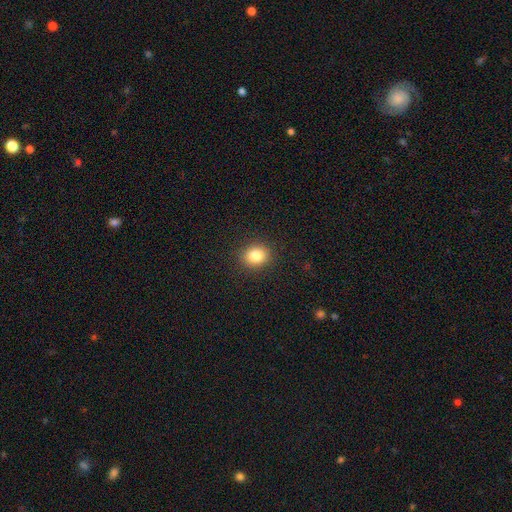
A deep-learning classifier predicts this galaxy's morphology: Smooth or featured?
  - smooth: 83% *
  - star or artifact: 11%
  - featured or disk: 6%
How rounded?
  - round: 67% *
  - in between: 33%
  - cigar-shaped: 1%
Merging?
  - none: 90% *
  - minor disturbance: 7%
  - major disturbance: 2%
  - merger: 1%